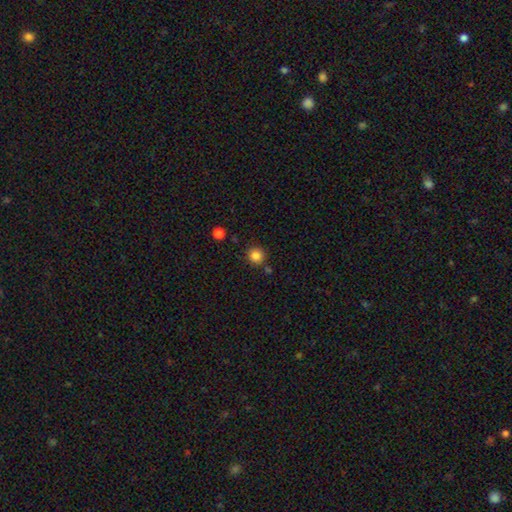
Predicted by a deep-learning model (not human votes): A smooth galaxy with no disk features (84%) that is round (94%).

Vote fractions:
- Smooth or featured? smooth: 84% / star or artifact: 11% / featured or disk: 4%
- How rounded? round: 94% / in between: 5% / cigar-shaped: 1%
- Merging? none: 84% / minor disturbance: 8% / merger: 5% / major disturbance: 2%